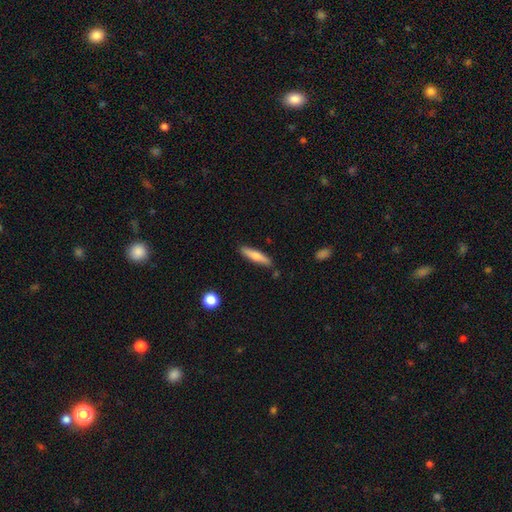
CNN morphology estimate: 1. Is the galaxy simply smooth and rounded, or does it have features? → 67% smooth, 27% featured or disk, 6% star or artifact.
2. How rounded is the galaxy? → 82% cigar-shaped, 16% in between, 2% round.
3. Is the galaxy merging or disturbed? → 86% none, 10% minor disturbance, 3% merger, 2% major disturbance.